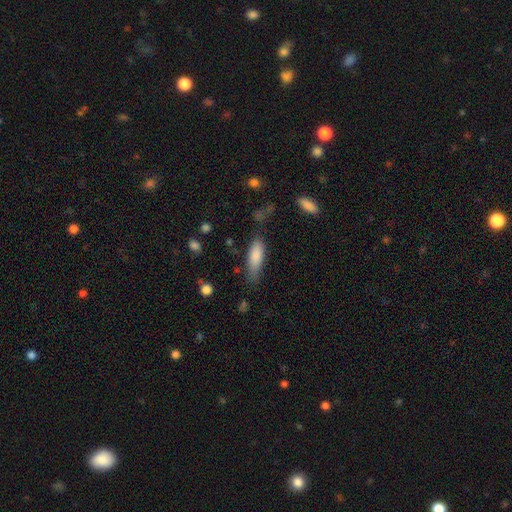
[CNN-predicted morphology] type=smooth (84%); roundness=in between (59%); merging=none (59%).